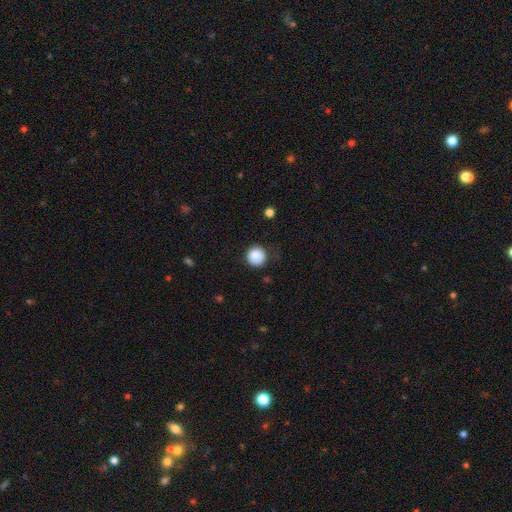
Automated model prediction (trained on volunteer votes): smooth_or_featured: smooth (p=0.85) [alt: star or artifact p=0.09]
how_rounded: round (p=0.94) [alt: in between p=0.05]
merging: none (p=0.82) [alt: minor disturbance p=0.13]